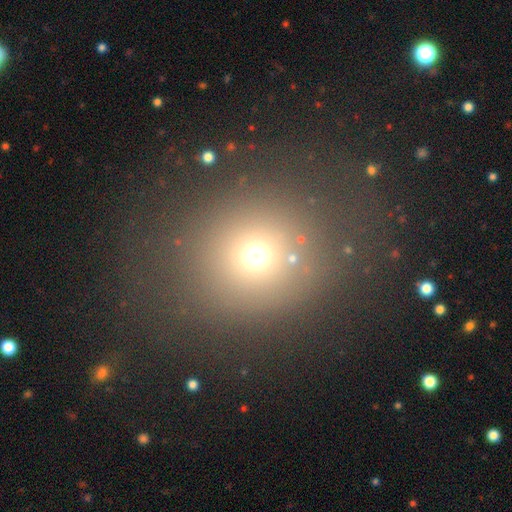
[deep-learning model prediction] Smooth or featured?
  - smooth: 66% *
  - star or artifact: 23%
  - featured or disk: 10%
How rounded?
  - round: 87% *
  - in between: 12%
  - cigar-shaped: 1%
Merging?
  - none: 76% *
  - minor disturbance: 11%
  - major disturbance: 9%
  - merger: 4%